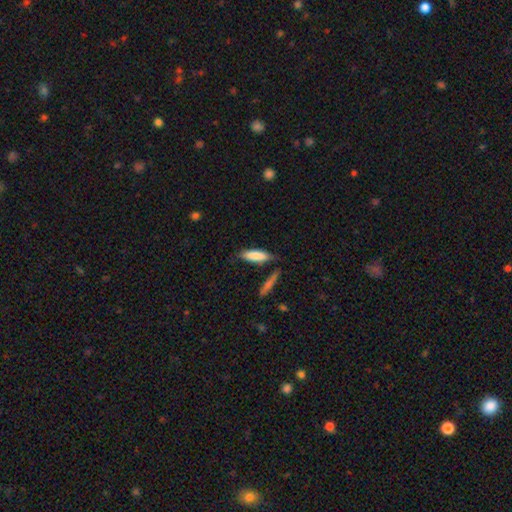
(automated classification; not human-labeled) Morphology: type=smooth (83%); roundness=cigar-shaped (54%); merging=none (68%).